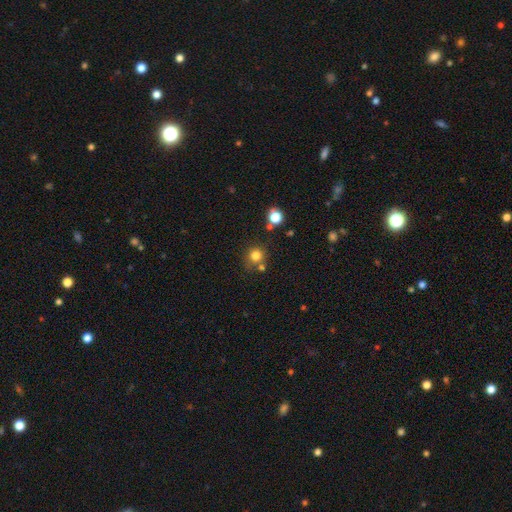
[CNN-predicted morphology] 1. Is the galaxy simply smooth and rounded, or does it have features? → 78% smooth, 15% star or artifact, 7% featured or disk.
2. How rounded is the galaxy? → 90% round, 9% in between, 1% cigar-shaped.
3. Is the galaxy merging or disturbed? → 68% none, 15% merger, 12% minor disturbance, 5% major disturbance.